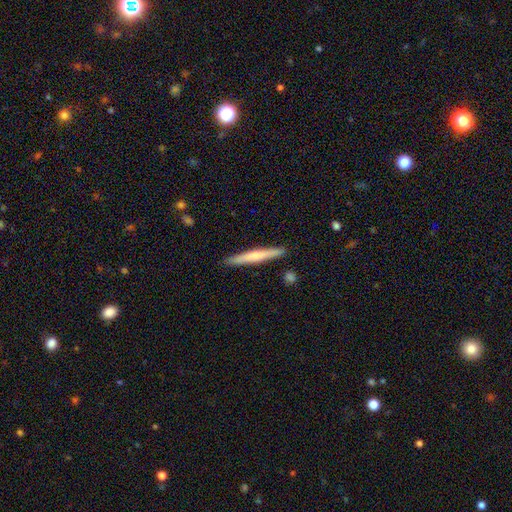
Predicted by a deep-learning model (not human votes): A smooth galaxy with no disk features (54%) that is cigar-shaped (96%). Merging: none (90%).